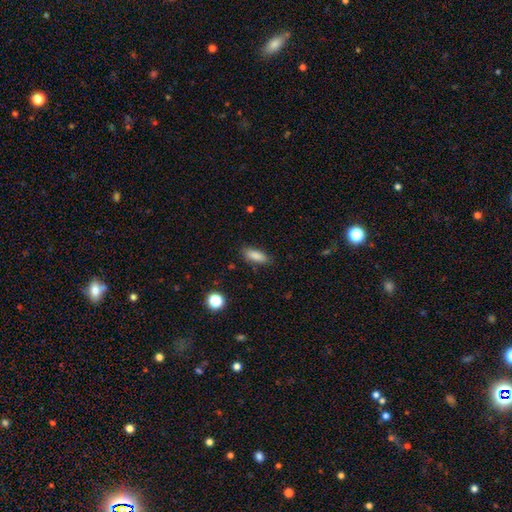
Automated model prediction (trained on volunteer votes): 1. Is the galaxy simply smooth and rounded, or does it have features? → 85% smooth, 8% star or artifact, 7% featured or disk.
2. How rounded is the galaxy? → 73% in between, 25% cigar-shaped, 3% round.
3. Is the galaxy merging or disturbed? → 82% none, 13% minor disturbance, 3% major disturbance, 2% merger.